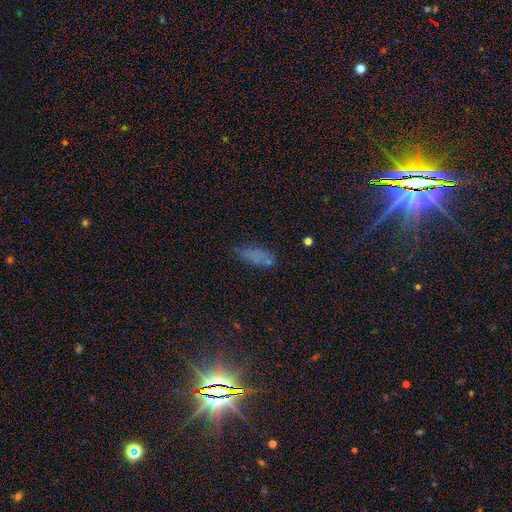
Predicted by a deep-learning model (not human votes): smooth_or_featured: smooth (p=0.67) [alt: star or artifact p=0.18]
how_rounded: in between (p=0.72) [alt: cigar-shaped p=0.24]
merging: none (p=0.57) [alt: minor disturbance p=0.25]